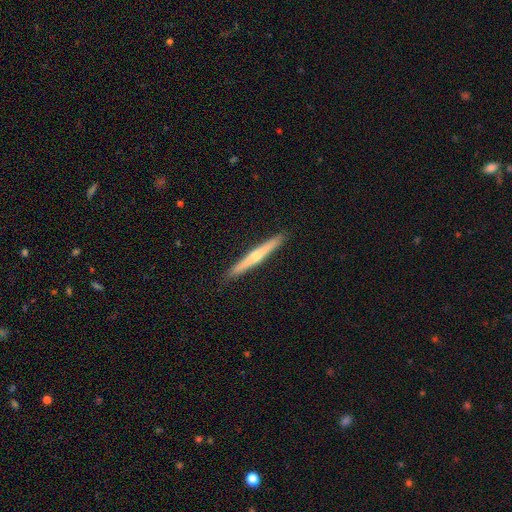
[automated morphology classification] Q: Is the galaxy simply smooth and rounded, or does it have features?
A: featured or disk — 64%.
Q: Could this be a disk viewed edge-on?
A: yes — 97%.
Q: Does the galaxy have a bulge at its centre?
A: rounded — 75%.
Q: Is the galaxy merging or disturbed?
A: none — 91%.